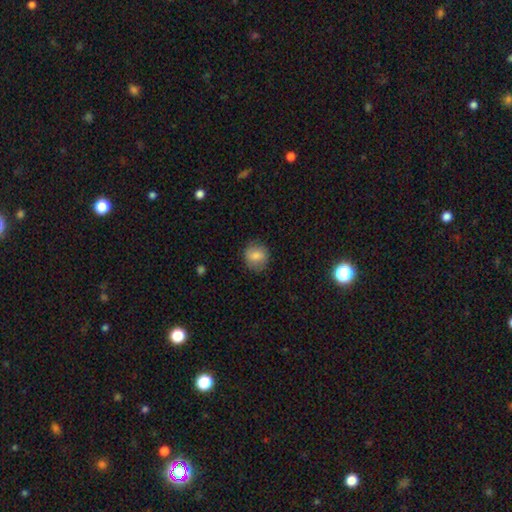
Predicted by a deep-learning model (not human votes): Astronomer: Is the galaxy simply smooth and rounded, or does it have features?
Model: smooth — 79%.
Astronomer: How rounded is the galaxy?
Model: round — 84%.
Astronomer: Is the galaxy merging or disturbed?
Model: none — 85%.